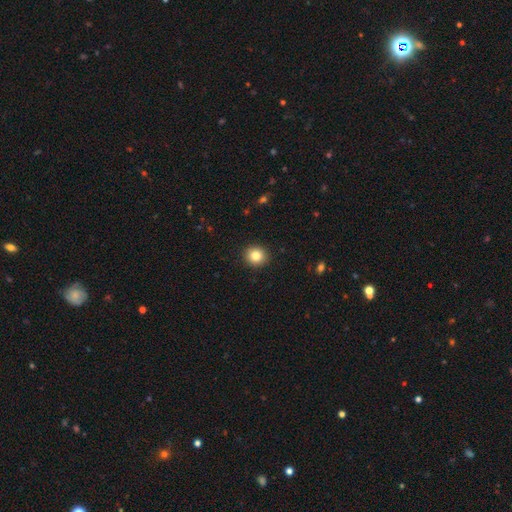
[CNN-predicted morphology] Smooth or featured?
  - smooth: 82% *
  - star or artifact: 11%
  - featured or disk: 7%
How rounded?
  - round: 90% *
  - in between: 9%
  - cigar-shaped: 1%
Merging?
  - none: 92% *
  - minor disturbance: 5%
  - major disturbance: 2%
  - merger: 1%